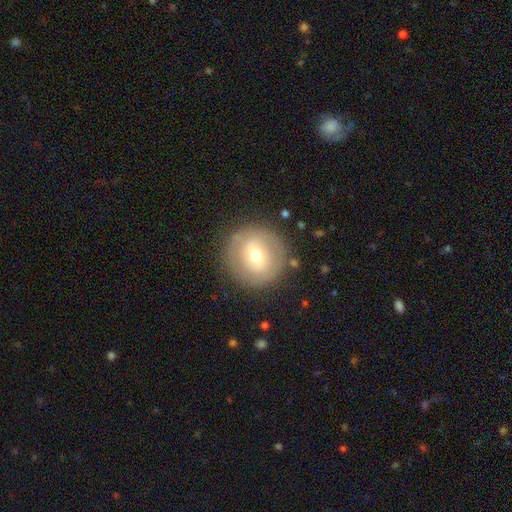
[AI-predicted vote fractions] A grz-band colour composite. It shows a smooth galaxy with no disk features (51%) that is round (93%). Merging: none (84%).